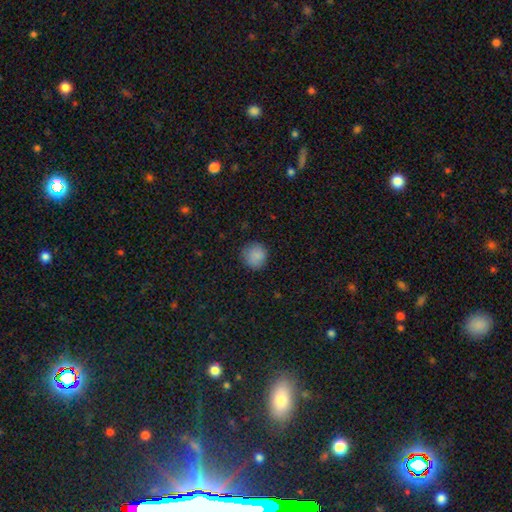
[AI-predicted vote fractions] Overall: smooth (87%). How rounded: round (92%). Merging: none (87%).